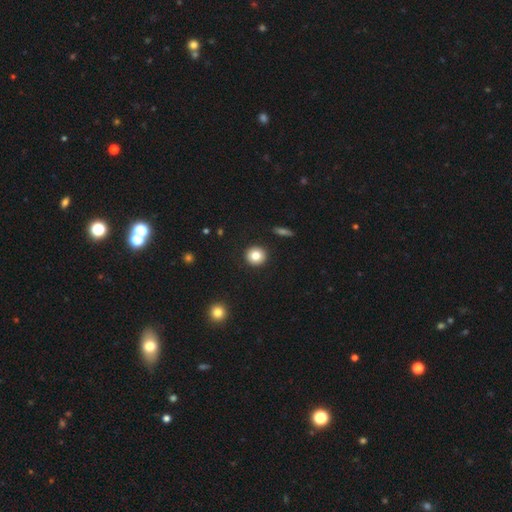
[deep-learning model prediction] Smooth or featured? Predicted: smooth (p=0.82). How rounded? Predicted: round (p=0.93). Merging? Predicted: none (p=0.92).